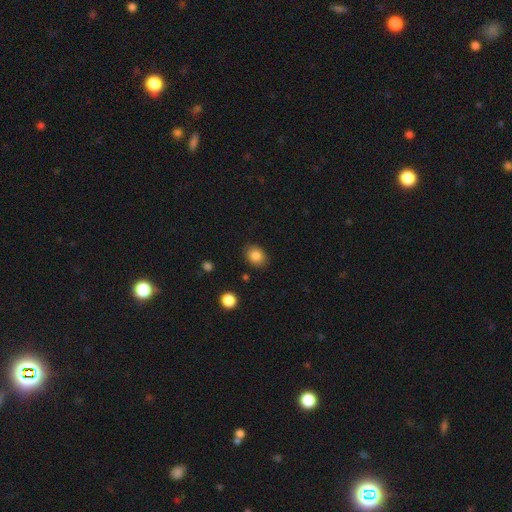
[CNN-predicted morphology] Smooth or featured?
  - smooth: 85% *
  - star or artifact: 10%
  - featured or disk: 6%
How rounded?
  - in between: 50% *
  - round: 49%
  - cigar-shaped: 1%
Merging?
  - none: 86% *
  - minor disturbance: 10%
  - major disturbance: 3%
  - merger: 1%